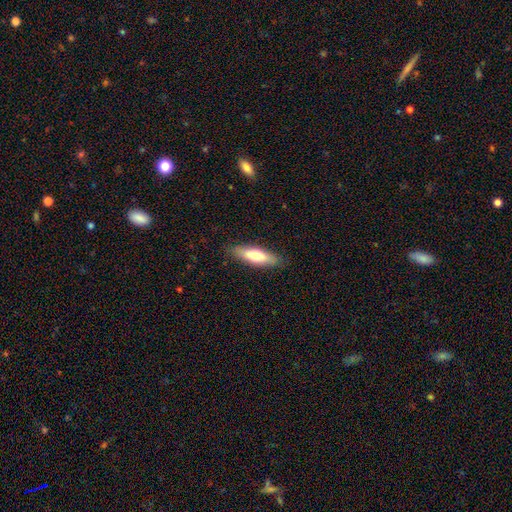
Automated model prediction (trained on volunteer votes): The model was most divided on "how rounded": cigar-shaped: 53%, in between: 45%, round: 2%. More confident: merging — none (87%); smooth or featured — smooth (65%).